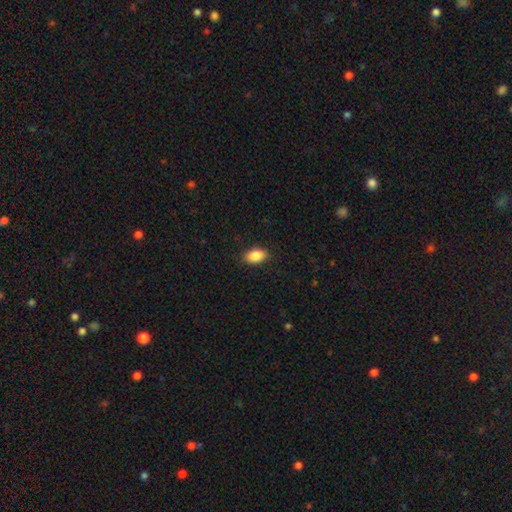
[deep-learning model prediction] The model was most divided on "merging": none: 88%, minor disturbance: 9%, major disturbance: 2%, merger: 1%. More confident: how rounded — in between (90%); smooth or featured — smooth (88%).